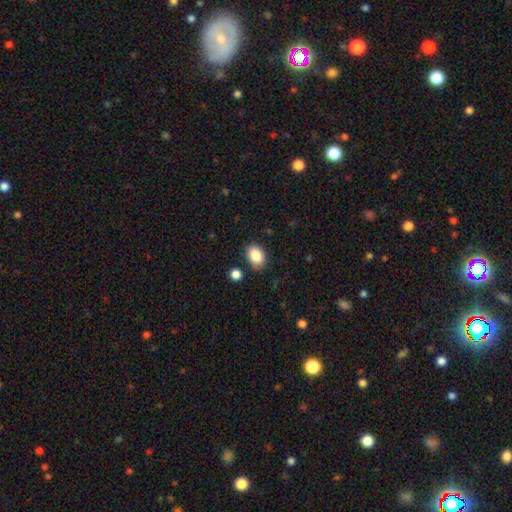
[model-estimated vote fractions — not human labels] Morphology: type=smooth (87%); roundness=in between (80%); merging=none (82%).